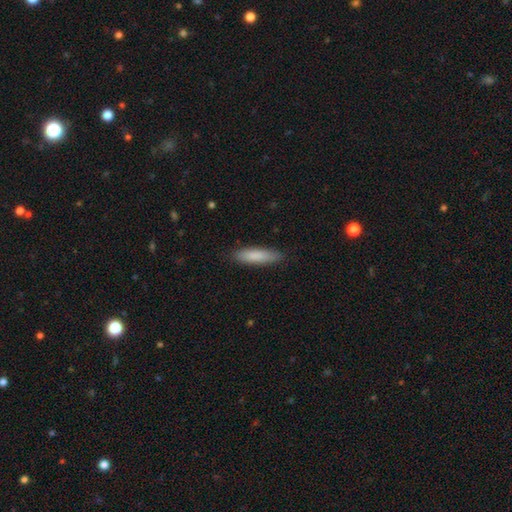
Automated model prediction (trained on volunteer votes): Overall: smooth (84%). How rounded: cigar-shaped (73%). Merging: none (87%).